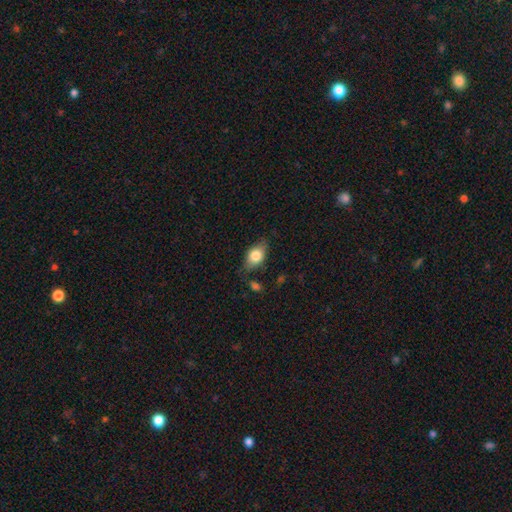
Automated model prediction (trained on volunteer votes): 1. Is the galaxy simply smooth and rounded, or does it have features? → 76% smooth, 17% featured or disk, 7% star or artifact.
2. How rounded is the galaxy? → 84% in between, 13% round, 3% cigar-shaped.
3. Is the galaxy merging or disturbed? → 72% none, 20% minor disturbance, 5% major disturbance, 3% merger.